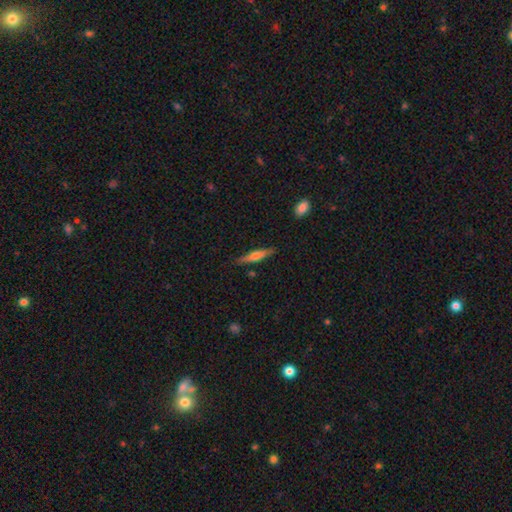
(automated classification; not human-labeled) smooth_or_featured: featured or disk (p=0.48) [alt: smooth p=0.46]
merging: none (p=0.86) [alt: minor disturbance p=0.10]